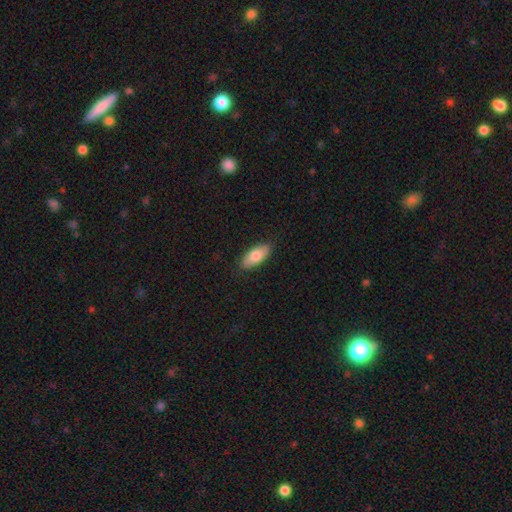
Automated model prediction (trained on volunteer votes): smooth_or_featured: smooth (p=0.76) [alt: featured or disk p=0.18]
how_rounded: in between (p=0.85) [alt: cigar-shaped p=0.13]
merging: none (p=0.86) [alt: minor disturbance p=0.11]